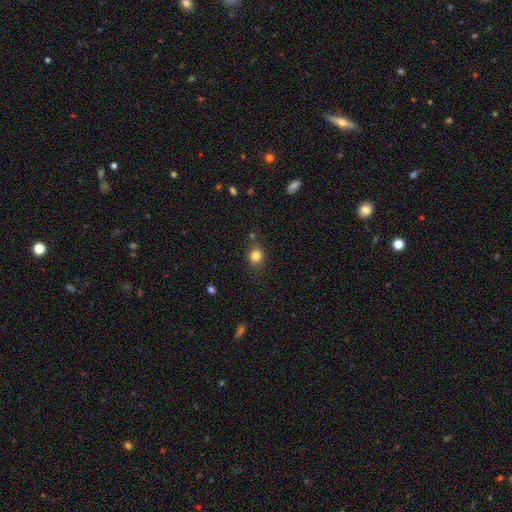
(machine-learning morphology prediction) This is clearly a smooth galaxy (83%). How rounded: likely round (76%). Merging: clearly none (80%).